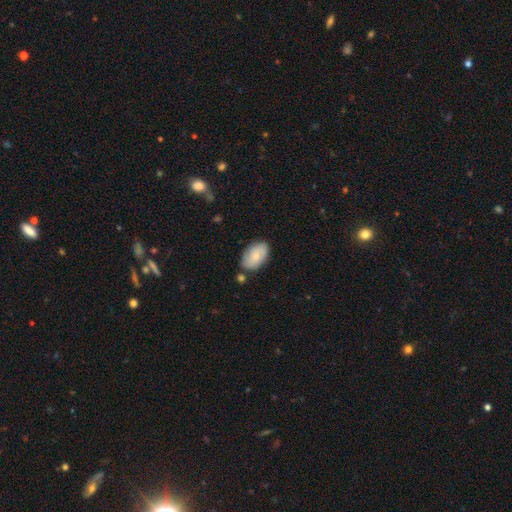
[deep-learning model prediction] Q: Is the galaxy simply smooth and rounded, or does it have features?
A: smooth — 73%.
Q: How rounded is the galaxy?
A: in between — 92%.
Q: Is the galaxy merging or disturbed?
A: none — 74%.